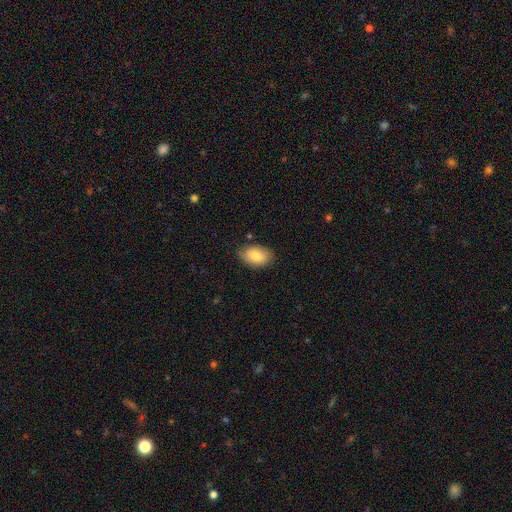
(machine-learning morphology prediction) A smooth galaxy with no disk features (82%) that is in between round and cigar-shaped (91%).

Vote fractions:
- Smooth or featured? smooth: 82% / featured or disk: 12% / star or artifact: 7%
- How rounded? in between: 91% / round: 8% / cigar-shaped: 1%
- Merging? none: 79% / minor disturbance: 16% / major disturbance: 3% / merger: 1%